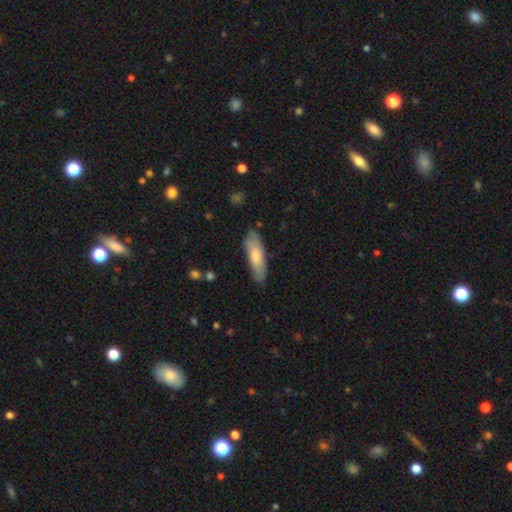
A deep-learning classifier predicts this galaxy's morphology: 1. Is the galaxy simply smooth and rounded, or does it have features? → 72% smooth, 22% featured or disk, 5% star or artifact.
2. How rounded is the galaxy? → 55% cigar-shaped, 43% in between, 2% round.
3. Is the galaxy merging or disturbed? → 81% none, 15% minor disturbance, 3% major disturbance, 2% merger.